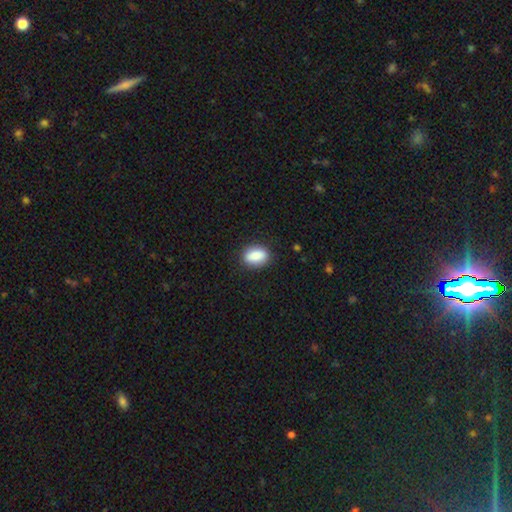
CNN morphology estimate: Smooth or featured: smooth — 85% (featured or disk — 8%)
How rounded: in between — 82% (round — 15%)
Merging: none — 86% (minor disturbance — 10%)